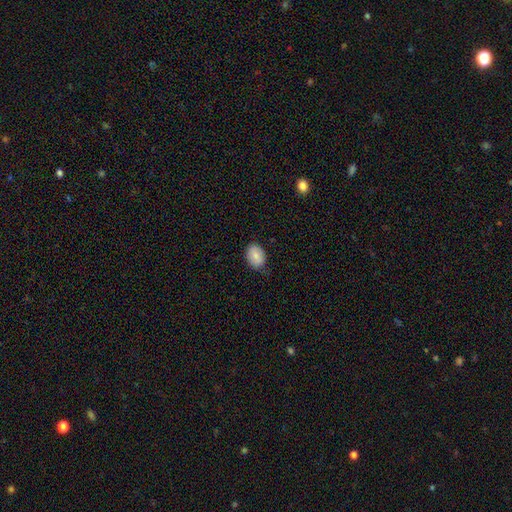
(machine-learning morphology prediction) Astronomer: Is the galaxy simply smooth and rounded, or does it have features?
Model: smooth — 81%.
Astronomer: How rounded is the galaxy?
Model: in between — 76%.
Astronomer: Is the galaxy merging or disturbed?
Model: none — 80%.